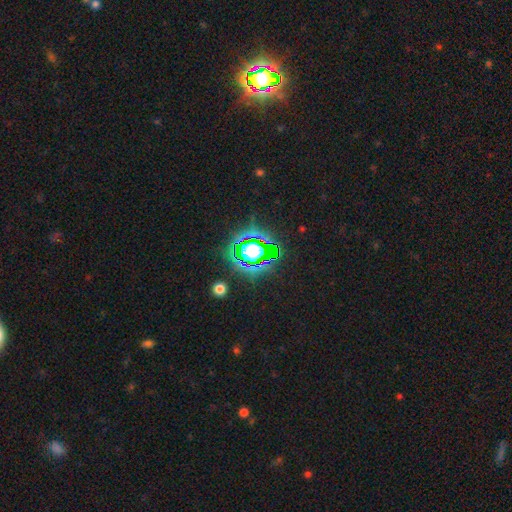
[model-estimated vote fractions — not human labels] Smooth or featured? star or artifact (76%)